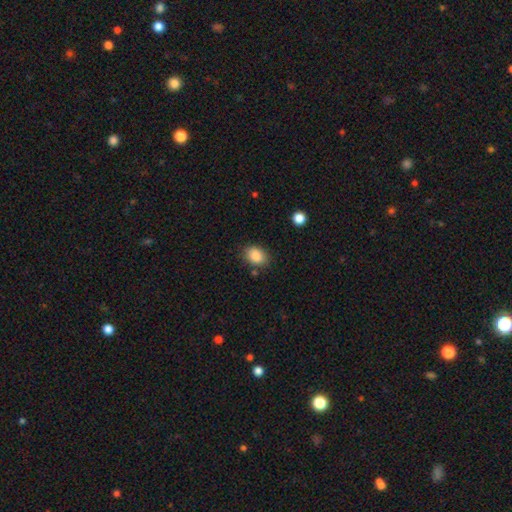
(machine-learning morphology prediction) This appears to be a smooth galaxy with no disk features (87%) that is in between round and cigar-shaped (72%). Merging: none (80%).